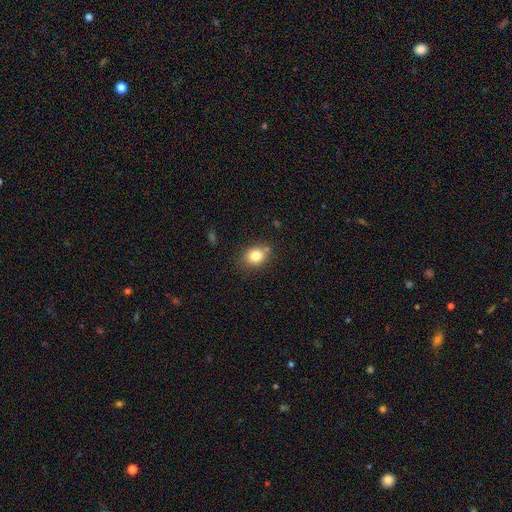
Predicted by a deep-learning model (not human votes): Smooth or featured? Predicted: smooth (p=0.81). How rounded? Predicted: round (p=0.50). Merging? Predicted: none (p=0.77).